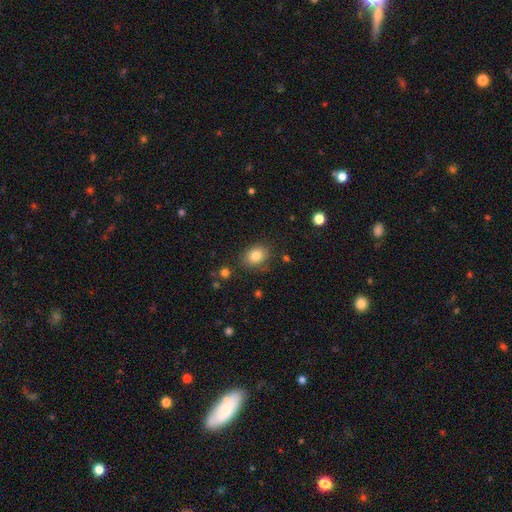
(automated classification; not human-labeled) Morphology: type=smooth (83%); roundness=in between (56%); merging=none (80%).